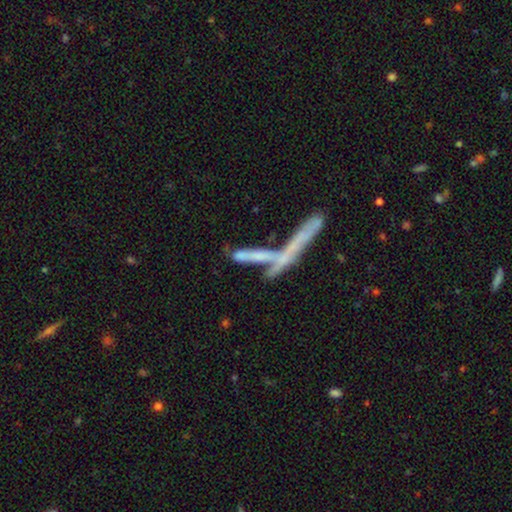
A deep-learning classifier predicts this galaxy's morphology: Q: Smooth or featured?
A: featured or disk (44%); runner-up: smooth (43%)
Q: Merging?
A: merger (48%); runner-up: none (30%)